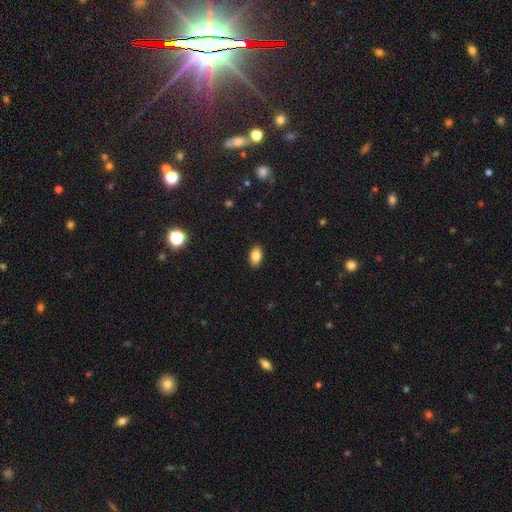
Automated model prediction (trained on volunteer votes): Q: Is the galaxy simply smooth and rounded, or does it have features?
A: smooth — 86%.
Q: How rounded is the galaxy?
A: in between — 91%.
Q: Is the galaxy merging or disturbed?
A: none — 89%.